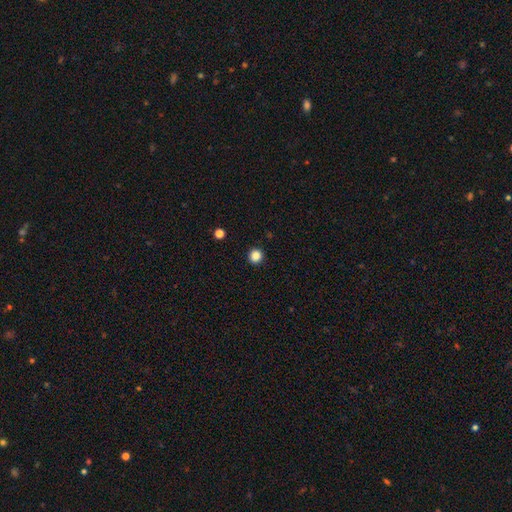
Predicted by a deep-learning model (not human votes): Smooth or featured: smooth — 86% (star or artifact — 11%)
How rounded: round — 94% (in between — 5%)
Merging: none — 93% (minor disturbance — 4%)